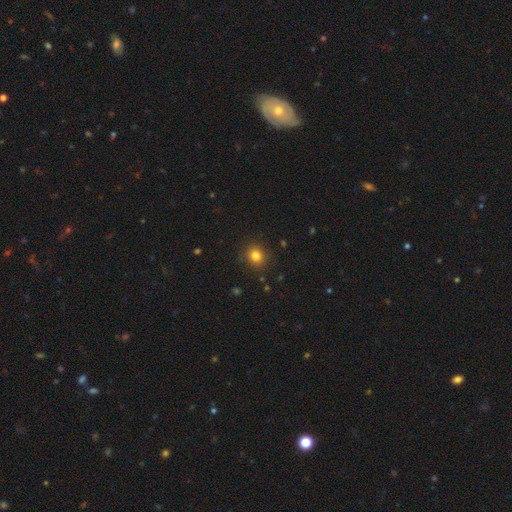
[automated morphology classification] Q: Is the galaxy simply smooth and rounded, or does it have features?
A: smooth — 82%.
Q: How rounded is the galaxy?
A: round — 84%.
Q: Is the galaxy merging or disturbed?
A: none — 88%.